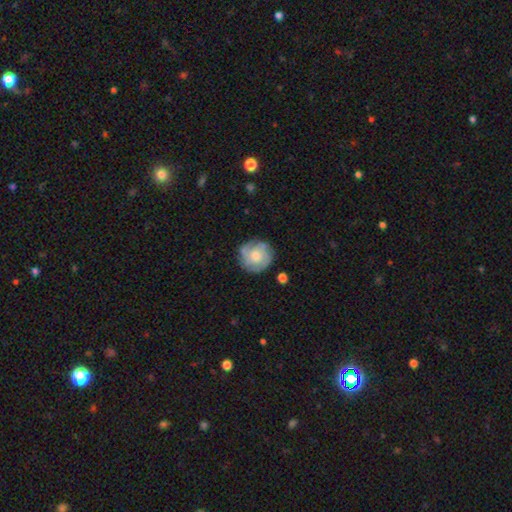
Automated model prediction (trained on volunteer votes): The model was most divided on "bulge size": moderate: 56%, small: 31%, large: 8%, none: 3%, dominant: 1%. More confident: edge-on disk — no (98%); spiral arms — yes (84%); bar — no (81%); merging — none (80%); smooth or featured — featured or disk (60%).